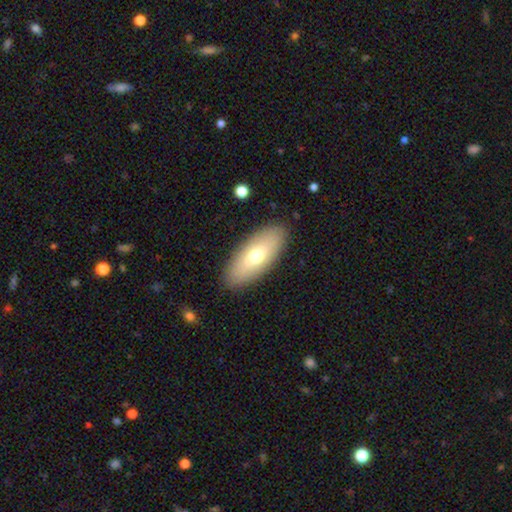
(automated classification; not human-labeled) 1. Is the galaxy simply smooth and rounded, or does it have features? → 65% smooth, 29% featured or disk, 6% star or artifact.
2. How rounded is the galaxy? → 83% in between, 15% cigar-shaped, 2% round.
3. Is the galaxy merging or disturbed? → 89% none, 8% minor disturbance, 2% major disturbance, 1% merger.